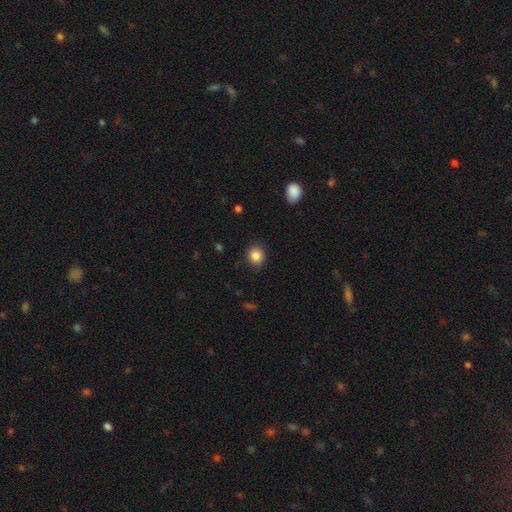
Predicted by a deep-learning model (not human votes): Q: Smooth or featured?
A: smooth (86%); runner-up: star or artifact (10%)
Q: How rounded?
A: round (82%); runner-up: in between (17%)
Q: Merging?
A: none (87%); runner-up: minor disturbance (9%)